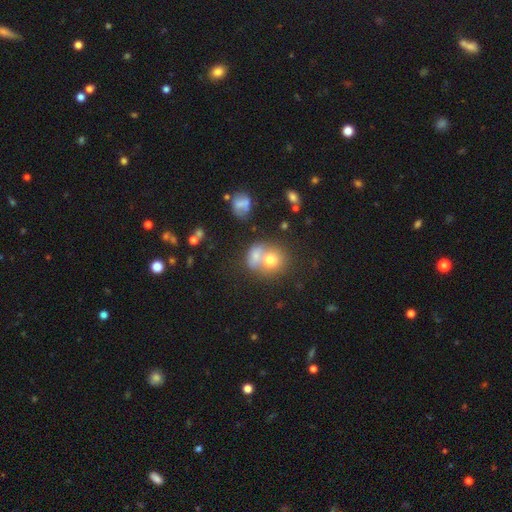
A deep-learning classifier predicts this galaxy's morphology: The model was most divided on "how rounded": round: 64%, in between: 34%, cigar-shaped: 1%. More confident: smooth or featured — smooth (68%); merging — merger (59%).